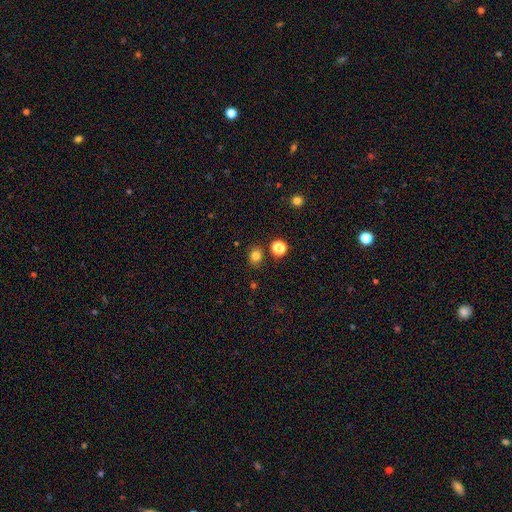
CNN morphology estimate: Smooth or featured? Predicted: smooth (p=0.80). How rounded? Predicted: round (p=0.76). Merging? Predicted: none (p=0.85).